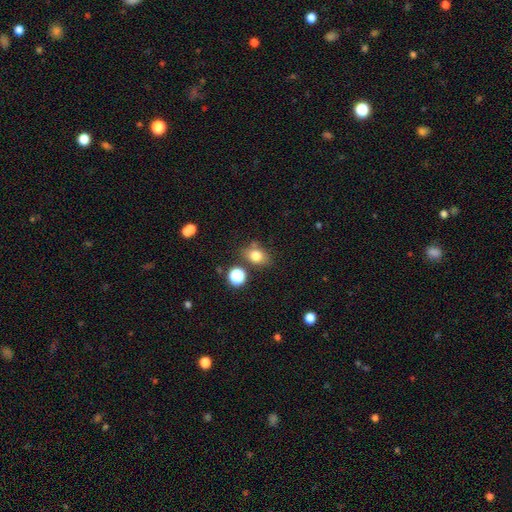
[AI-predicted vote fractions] A smooth galaxy with no disk features (77%) that is in between round and cigar-shaped (60%). Merging: none (69%).